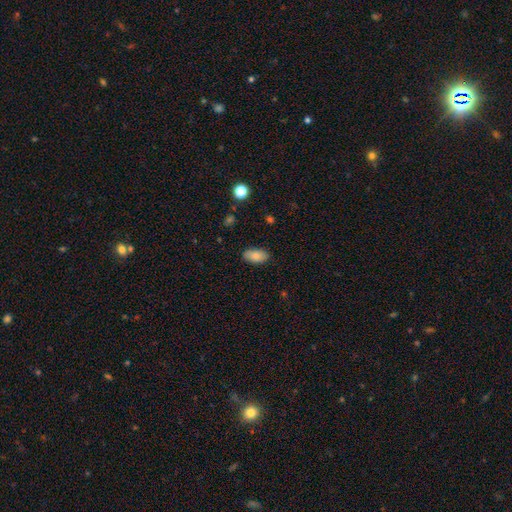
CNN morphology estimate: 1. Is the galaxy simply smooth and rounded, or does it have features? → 82% smooth, 11% featured or disk, 7% star or artifact.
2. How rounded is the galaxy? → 93% in between, 4% round, 3% cigar-shaped.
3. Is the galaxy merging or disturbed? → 86% none, 10% minor disturbance, 2% major disturbance, 1% merger.